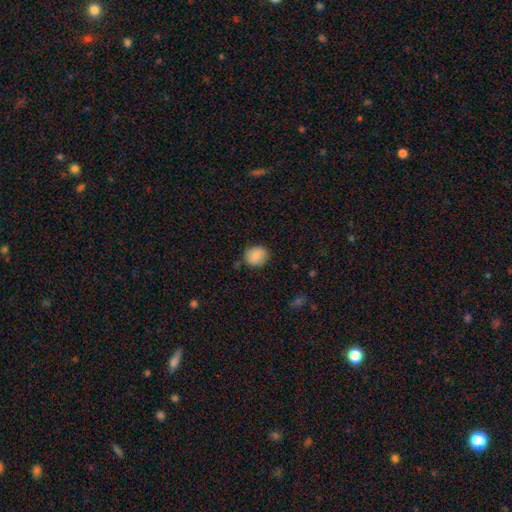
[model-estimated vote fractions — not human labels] smooth 85%, star or artifact 8%, featured or disk 7%. Down the decision tree: how rounded — round (72%); merging — none (79%).